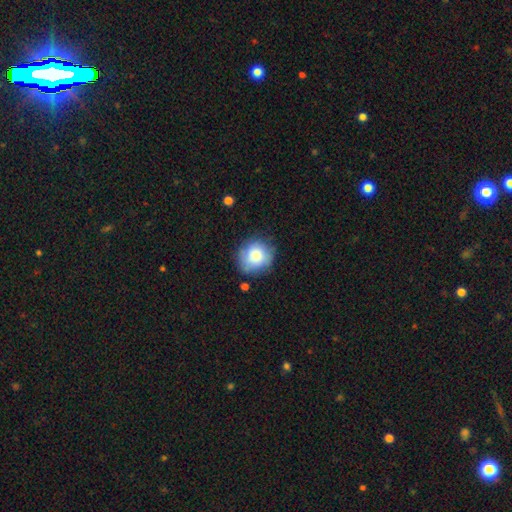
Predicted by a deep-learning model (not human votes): Morphology: type=smooth (79%); roundness=round (84%); merging=none (74%).